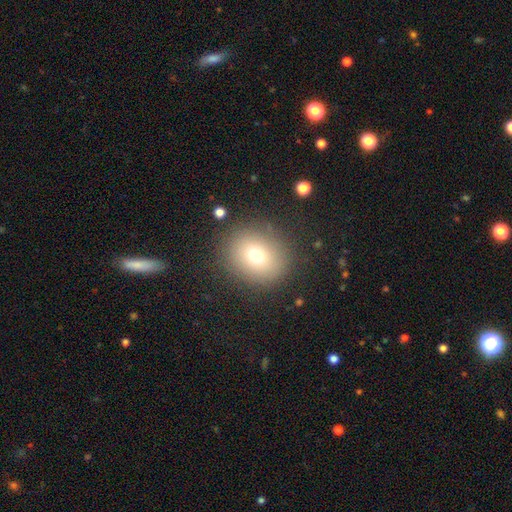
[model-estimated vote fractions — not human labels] A smooth galaxy with no disk features (72%) that is round (78%). Merging: none (85%).